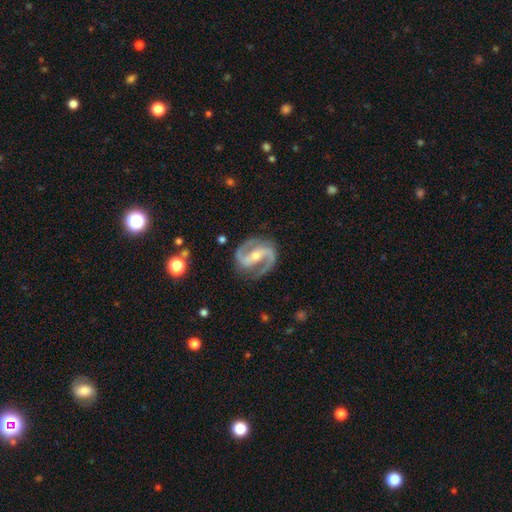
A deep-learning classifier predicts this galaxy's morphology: featured or disk 93%, star or artifact 4%, smooth 3%. Down the decision tree: edge-on disk — no (98%); bar — strong (54%); spiral arms — yes (98%); spiral arm count — 2 (94%); spiral winding — medium (59%); bulge size — moderate (48%, tied with small); merging — none (85%).